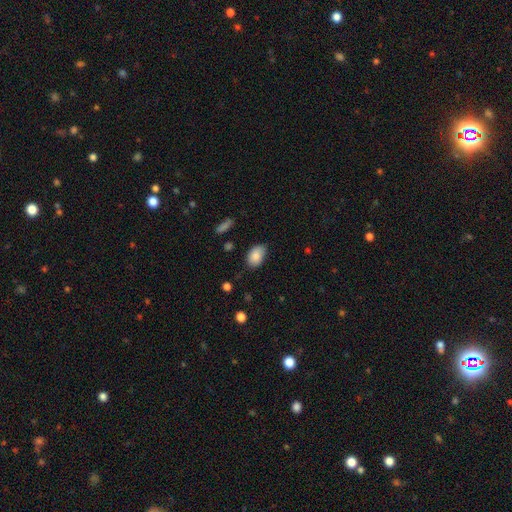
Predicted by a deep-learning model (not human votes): Smooth or featured?
  - smooth: 86% *
  - star or artifact: 7%
  - featured or disk: 6%
How rounded?
  - in between: 88% *
  - round: 10%
  - cigar-shaped: 1%
Merging?
  - none: 70% *
  - minor disturbance: 24%
  - major disturbance: 4%
  - merger: 2%